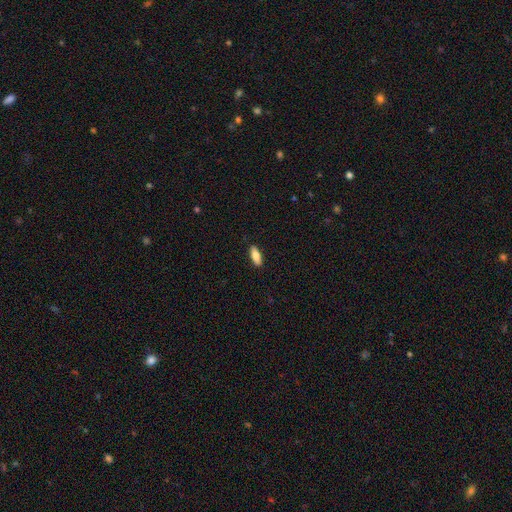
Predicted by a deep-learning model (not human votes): A smooth galaxy with no disk features (76%) that is in between round and cigar-shaped (70%).

Vote fractions:
- Smooth or featured? smooth: 76% / featured or disk: 17% / star or artifact: 6%
- How rounded? in between: 70% / cigar-shaped: 28% / round: 2%
- Merging? none: 89% / minor disturbance: 8% / major disturbance: 2% / merger: 1%